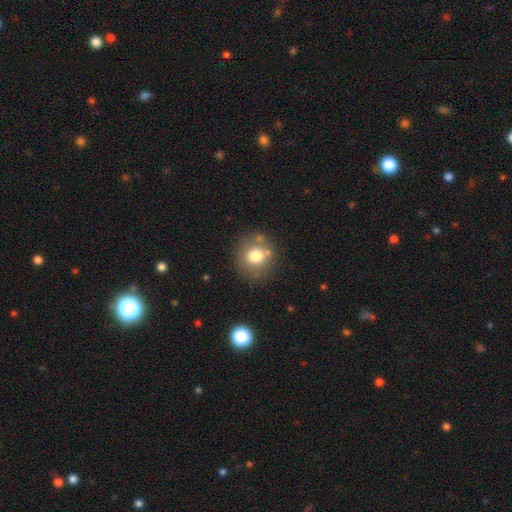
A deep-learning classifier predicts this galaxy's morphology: This is likely a smooth galaxy (74%). How rounded: clearly round (85%). Merging: likely none (73%).